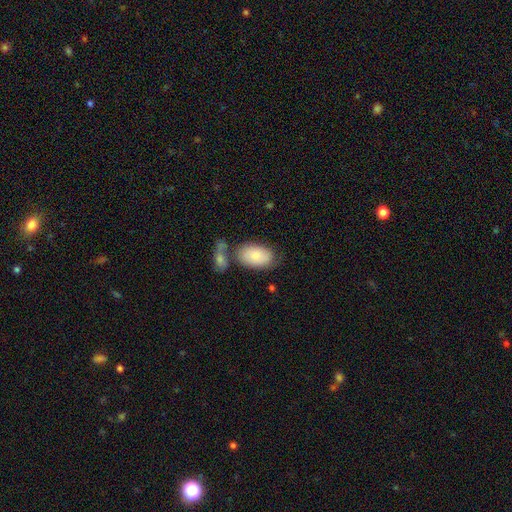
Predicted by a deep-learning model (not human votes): smooth 80%, featured or disk 15%, star or artifact 6%. Down the decision tree: how rounded — in between (93%); merging — none (58%).